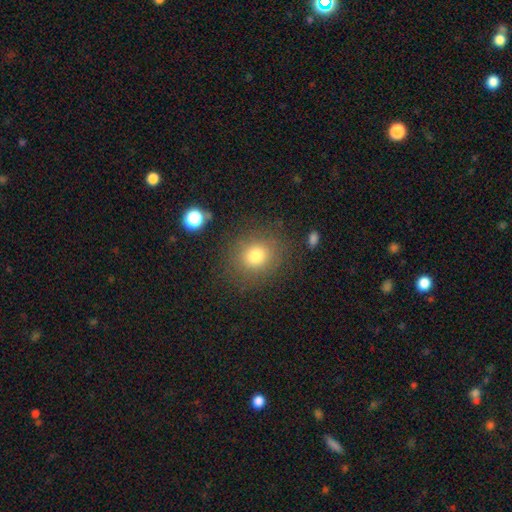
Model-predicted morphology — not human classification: A smooth galaxy with no disk features (78%) that is round (77%). Merging: none (83%).